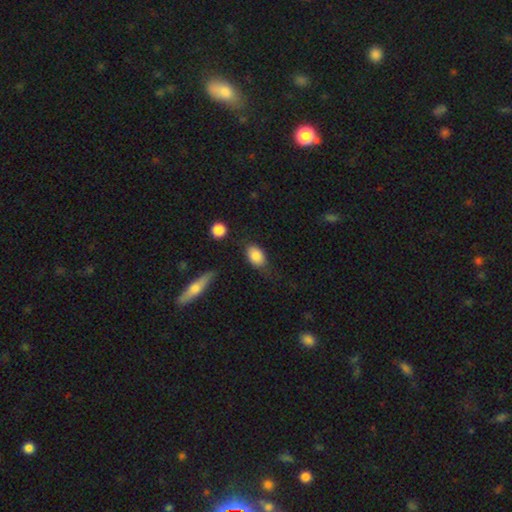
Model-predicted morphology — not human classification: This is clearly a smooth galaxy (84%). How rounded: clearly in between (86%). Merging: likely none (68%).